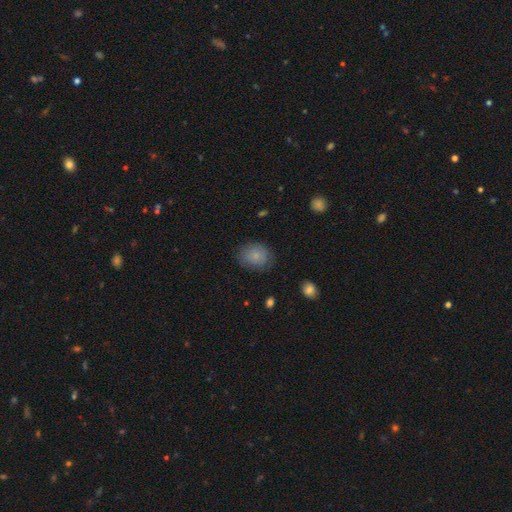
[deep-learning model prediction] Morphology: type=smooth (82%); roundness=in between (53%); merging=none (74%).